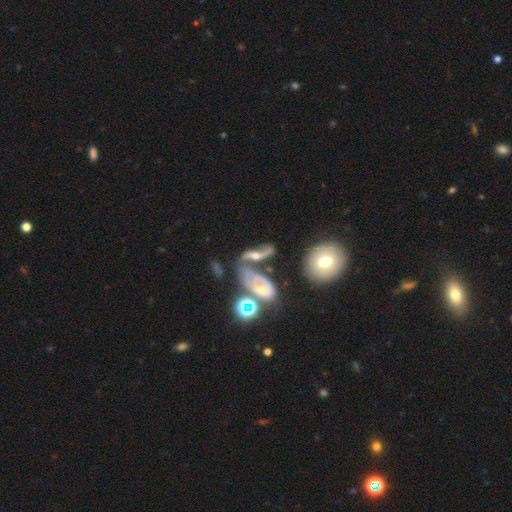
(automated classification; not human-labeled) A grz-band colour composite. It shows a featured or disk galaxy (64%) with no bar (55%), spiral arms (74%) and a moderate central bulge (47%). Merging: merger (44%).